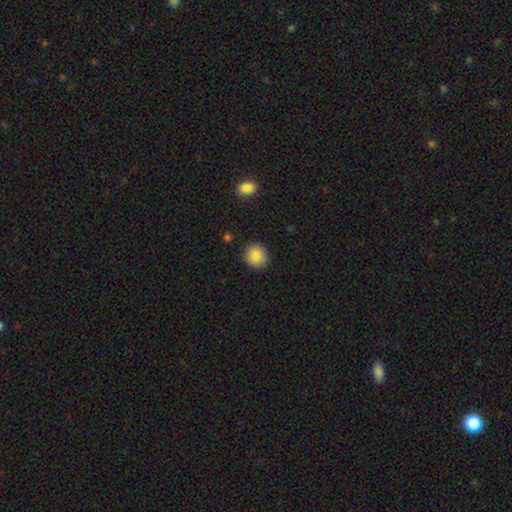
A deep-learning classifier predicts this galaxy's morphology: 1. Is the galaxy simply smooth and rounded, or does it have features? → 85% smooth, 9% star or artifact, 7% featured or disk.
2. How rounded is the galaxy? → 88% round, 11% in between, 1% cigar-shaped.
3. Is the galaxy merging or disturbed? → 90% none, 7% minor disturbance, 2% major disturbance, 1% merger.